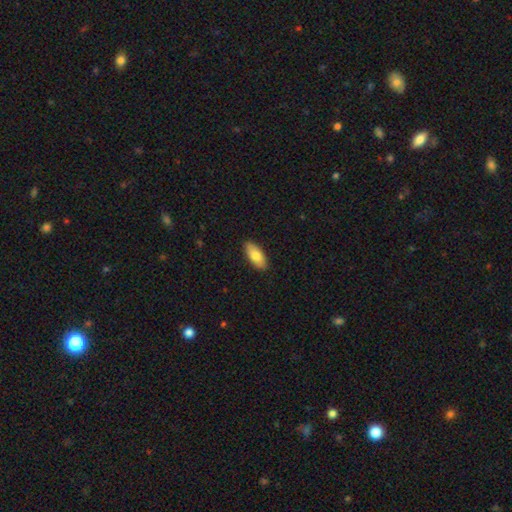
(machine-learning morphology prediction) A smooth galaxy with no disk features (80%) that is in between round and cigar-shaped (84%). Merging: none (90%).